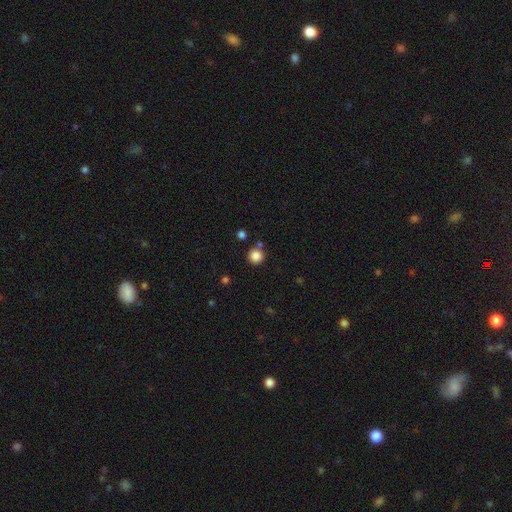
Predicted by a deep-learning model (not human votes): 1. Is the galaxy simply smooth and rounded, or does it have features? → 85% smooth, 11% star or artifact, 4% featured or disk.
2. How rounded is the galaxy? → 94% round, 5% in between, 1% cigar-shaped.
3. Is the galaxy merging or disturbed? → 80% none, 9% merger, 8% minor disturbance, 3% major disturbance.